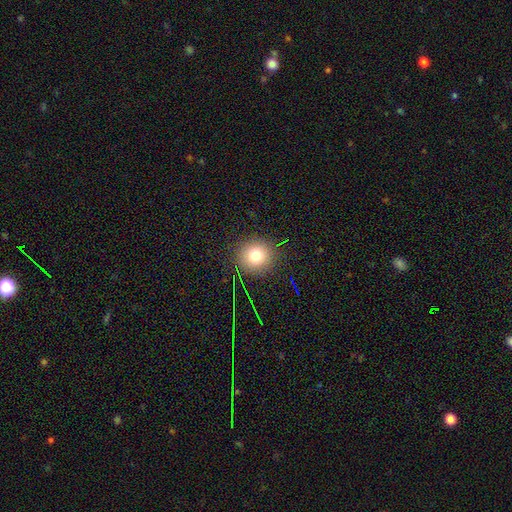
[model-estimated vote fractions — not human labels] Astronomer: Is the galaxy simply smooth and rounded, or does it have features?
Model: smooth — 76%.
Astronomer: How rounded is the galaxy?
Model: round — 90%.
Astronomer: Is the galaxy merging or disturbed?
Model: none — 89%.